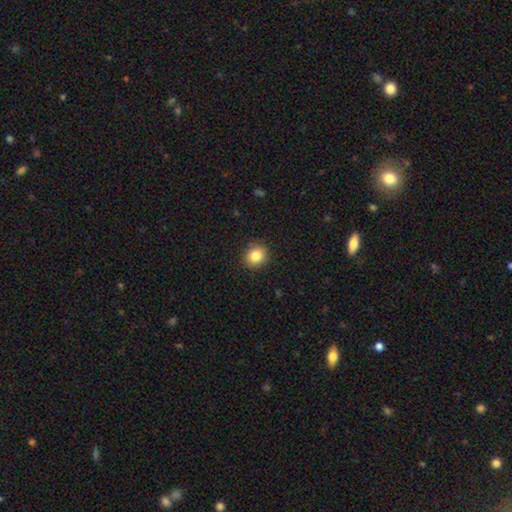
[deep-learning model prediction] The model was most divided on "how rounded": round: 78%, in between: 21%, cigar-shaped: 1%. More confident: merging — none (90%); smooth or featured — smooth (84%).